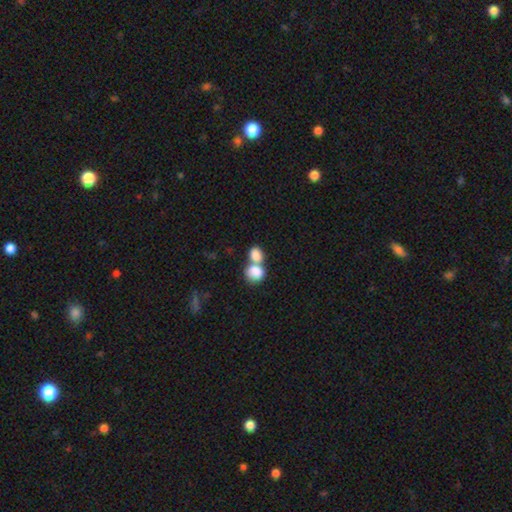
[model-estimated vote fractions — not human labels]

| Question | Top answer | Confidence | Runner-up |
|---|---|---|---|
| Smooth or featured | smooth | 82% | featured or disk (10%) |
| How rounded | in between | 53% | round (46%) |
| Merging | merger | 67% | none (24%) |